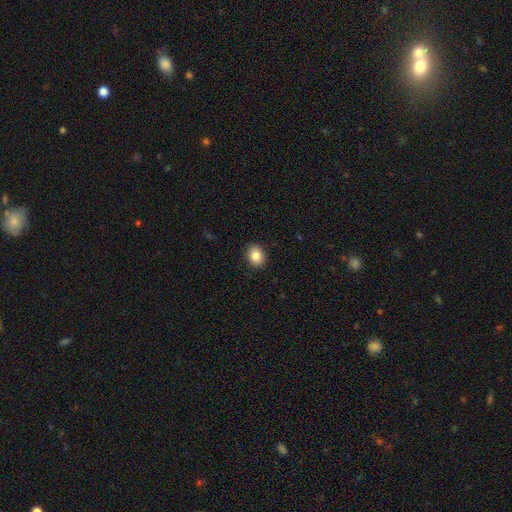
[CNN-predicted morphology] Overall: smooth (85%). How rounded: round (55%; in between 44%). Merging: none (91%).